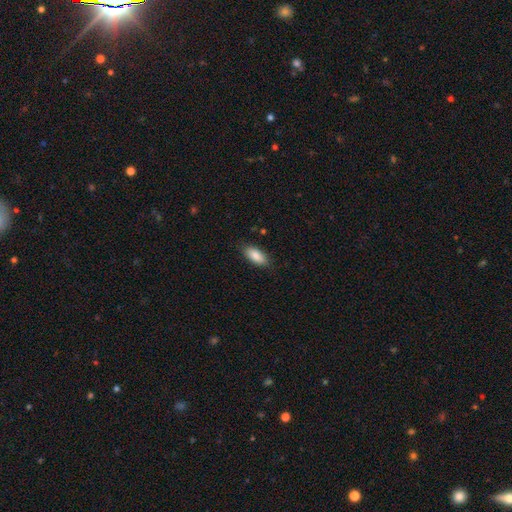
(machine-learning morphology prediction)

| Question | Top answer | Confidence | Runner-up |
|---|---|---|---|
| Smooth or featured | smooth | 86% | featured or disk (7%) |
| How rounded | in between | 87% | cigar-shaped (11%) |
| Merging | none | 84% | minor disturbance (13%) |